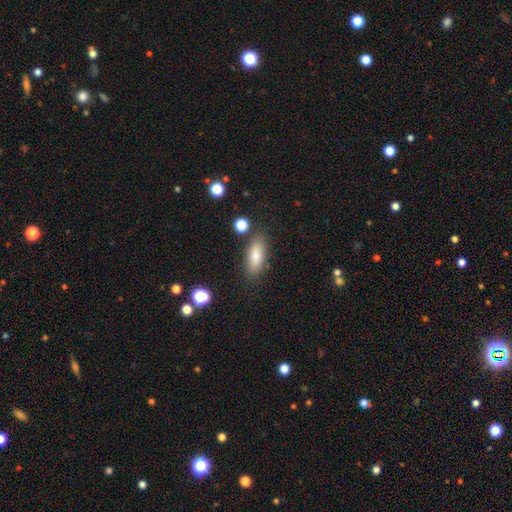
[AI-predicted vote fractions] Smooth or featured?
  - smooth: 77% *
  - featured or disk: 15%
  - star or artifact: 8%
How rounded?
  - in between: 71% *
  - cigar-shaped: 26%
  - round: 3%
Merging?
  - none: 83% *
  - minor disturbance: 11%
  - merger: 3%
  - major disturbance: 3%